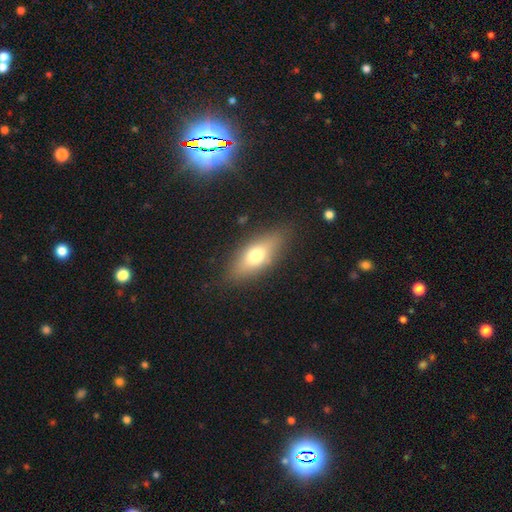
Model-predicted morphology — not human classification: type=smooth (68%); roundness=in between (75%); merging=none (83%).